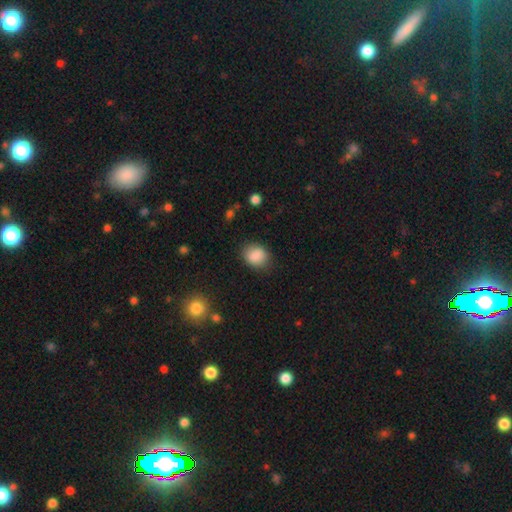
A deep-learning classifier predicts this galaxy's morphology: Smooth or featured? smooth (87%)
How rounded? round (53%)
Merging? none (80%)